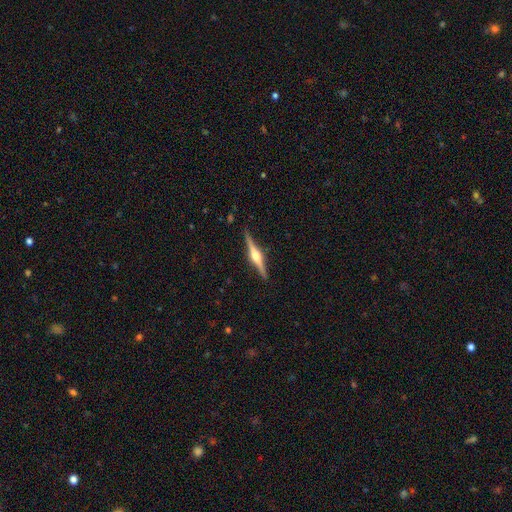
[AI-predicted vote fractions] Morphology: type=featured or disk (83%); edge-on=yes (98%); edge-on bulge=rounded (95%); merging=none (90%).